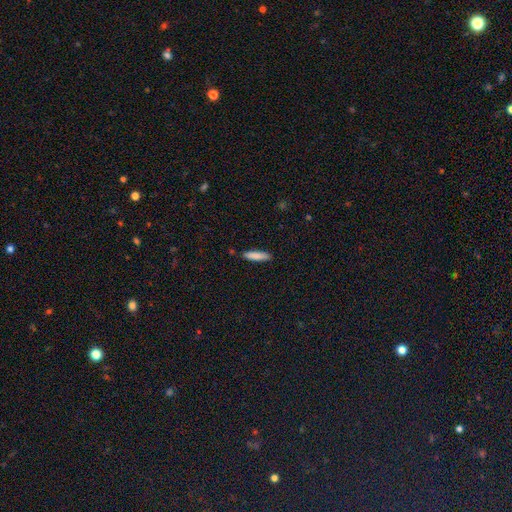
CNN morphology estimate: Smooth or featured? Predicted: smooth (p=0.85). How rounded? Predicted: cigar-shaped (p=0.80). Merging? Predicted: none (p=0.87).